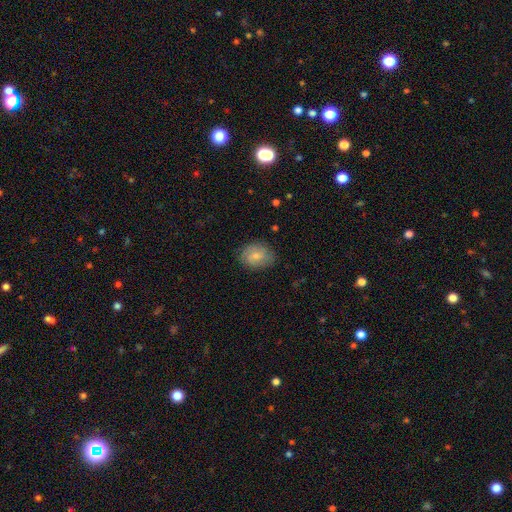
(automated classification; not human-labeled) This is likely a smooth galaxy (71%). How rounded: possibly in between (55%). Merging: likely none (79%).